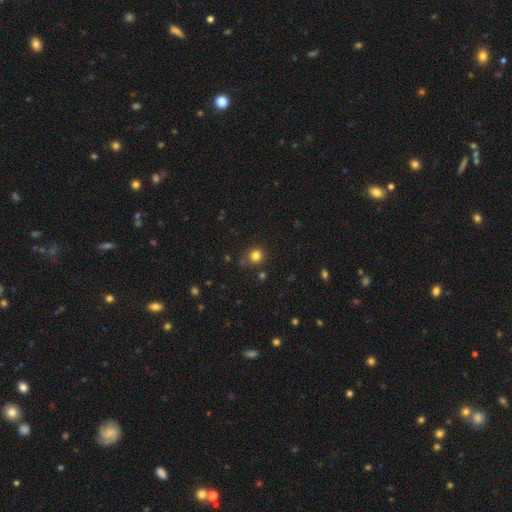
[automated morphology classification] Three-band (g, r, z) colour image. It shows a smooth galaxy with no disk features (81%) that is round (88%). Merging: none (80%).